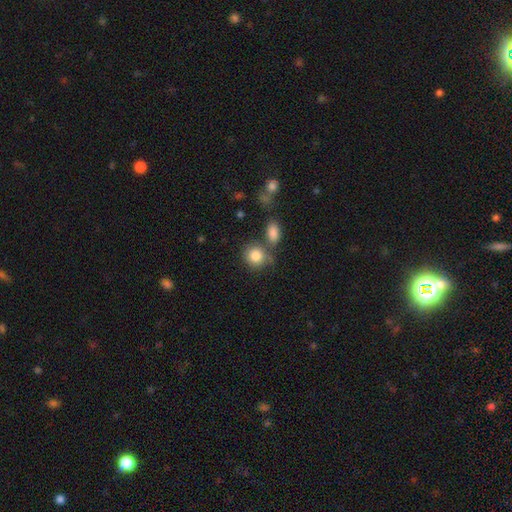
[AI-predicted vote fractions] Smooth or featured? smooth (85%)
How rounded? round (78%)
Merging? none (60%)